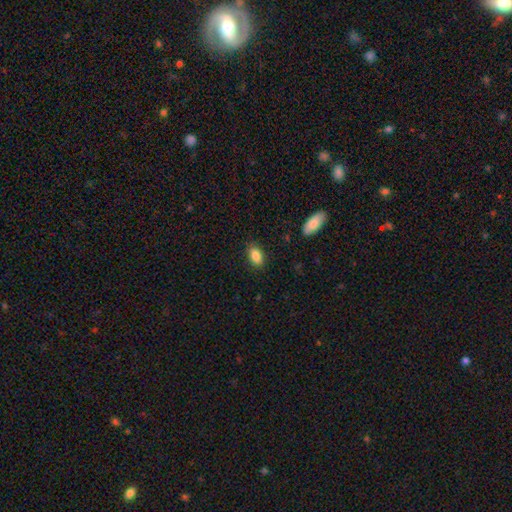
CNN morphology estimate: Smooth or featured? smooth (87%)
How rounded? in between (90%)
Merging? none (86%)